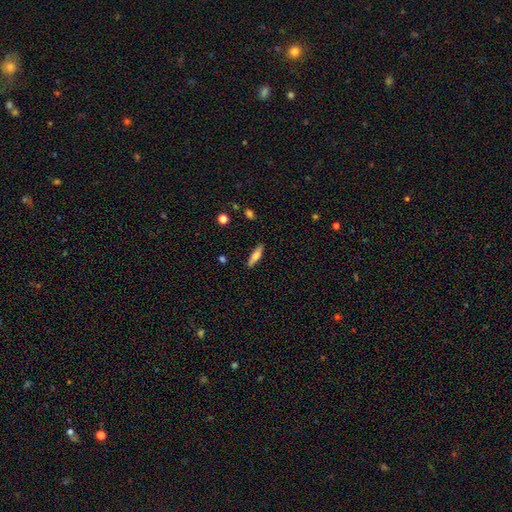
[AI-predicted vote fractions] This is likely a smooth galaxy (66%). How rounded: likely cigar-shaped (66%). Merging: clearly none (87%).